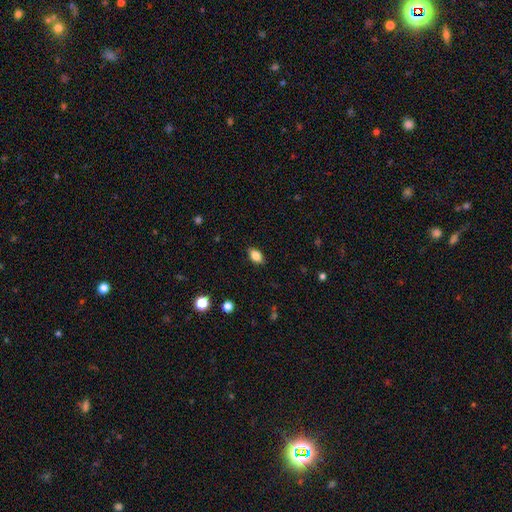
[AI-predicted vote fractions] smooth-or-featured: smooth: 84% | star or artifact: 9% | featured or disk: 7%
  how-rounded: in between: 86% | round: 11% | cigar-shaped: 3%
  merging: none: 87% | minor disturbance: 9% | major disturbance: 2% | merger: 1%